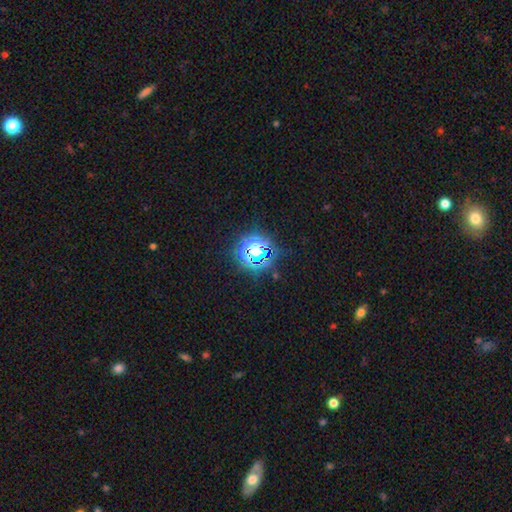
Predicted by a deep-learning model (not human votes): smooth_or_featured: star or artifact (p=0.73) [alt: smooth p=0.18]